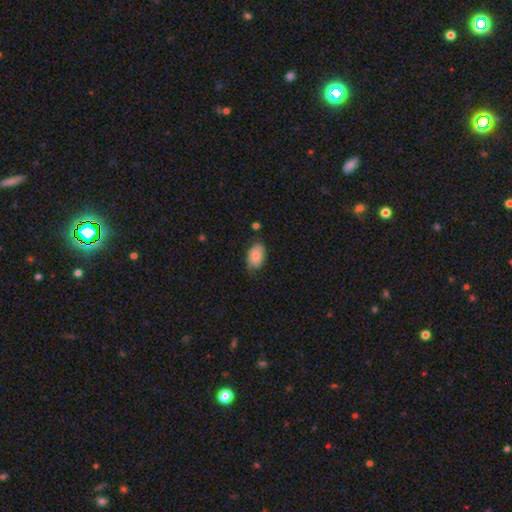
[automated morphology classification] Overall: smooth (77%). How rounded: in between (91%). Merging: none (58%; minor disturbance 32%).